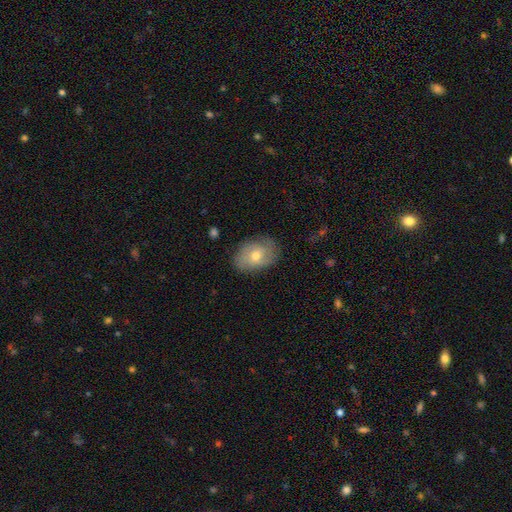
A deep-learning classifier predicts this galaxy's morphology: smooth-or-featured: smooth: 55% | featured or disk: 36% | star or artifact: 8%
  how-rounded: in between: 76% | round: 23% | cigar-shaped: 1%
  merging: none: 78% | minor disturbance: 17% | major disturbance: 4% | merger: 1%